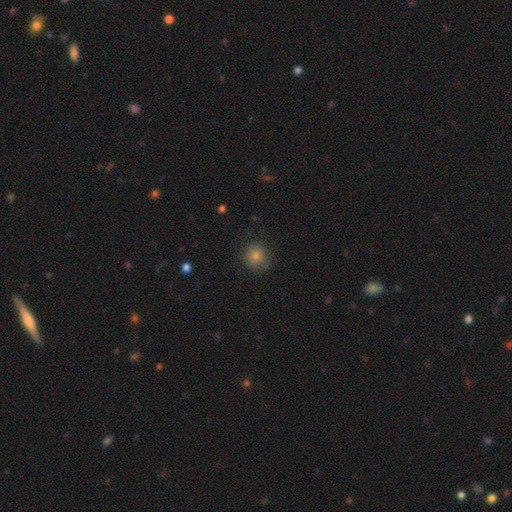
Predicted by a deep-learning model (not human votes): Overall: smooth (76%). How rounded: round (89%). Merging: none (81%).